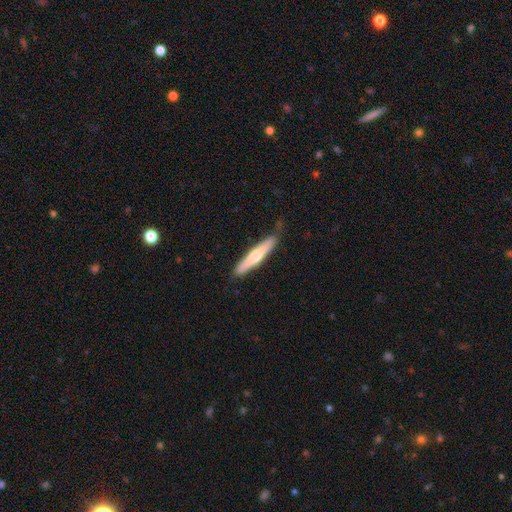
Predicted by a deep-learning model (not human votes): This appears to be a smooth galaxy with no disk features (51%) that is cigar-shaped (91%). Merging: none (84%).